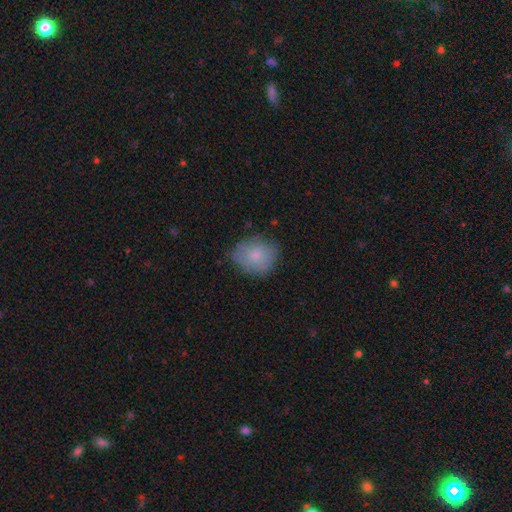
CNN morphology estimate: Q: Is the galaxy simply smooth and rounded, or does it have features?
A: smooth — 78%.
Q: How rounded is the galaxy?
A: round — 68%.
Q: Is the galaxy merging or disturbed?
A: none — 69%.